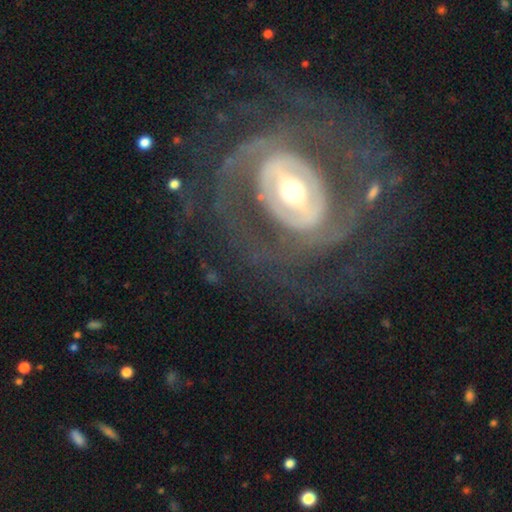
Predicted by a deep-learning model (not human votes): A featured or disk galaxy (87%) with a strong bar (49%), 2 (35%) tight (59%) spiral arms (84%) and a moderate central bulge (61%). Merging: none (70%).